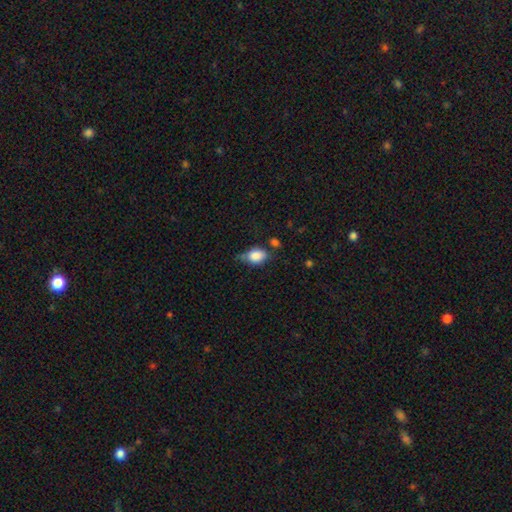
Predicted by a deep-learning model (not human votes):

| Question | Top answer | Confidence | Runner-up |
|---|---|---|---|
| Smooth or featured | smooth | 83% | featured or disk (9%) |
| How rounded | in between | 76% | round (22%) |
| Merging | none | 46% | minor disturbance (36%) |